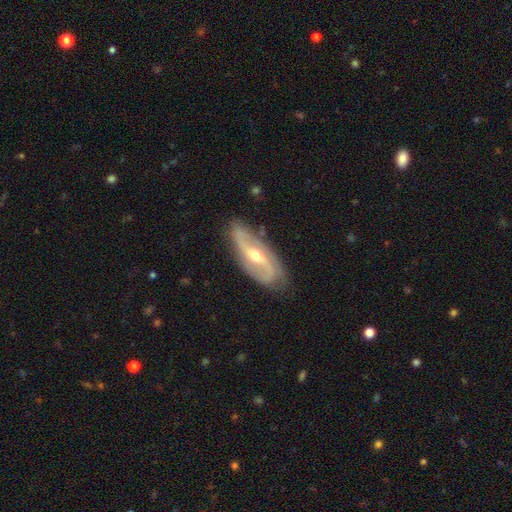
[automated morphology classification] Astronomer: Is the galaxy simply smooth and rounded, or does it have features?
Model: featured or disk — 85%.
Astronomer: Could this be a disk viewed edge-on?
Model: no — 91%.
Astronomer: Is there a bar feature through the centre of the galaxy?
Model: weak — 42% (runner-up: no, 31%).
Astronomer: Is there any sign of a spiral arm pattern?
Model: yes — 94%.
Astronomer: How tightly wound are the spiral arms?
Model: loose — 47% (runner-up: medium, 38%).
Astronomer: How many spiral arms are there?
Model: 2 — 90%.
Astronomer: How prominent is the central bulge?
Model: moderate — 57% (runner-up: small, 39%).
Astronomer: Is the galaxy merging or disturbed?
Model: none — 80%.